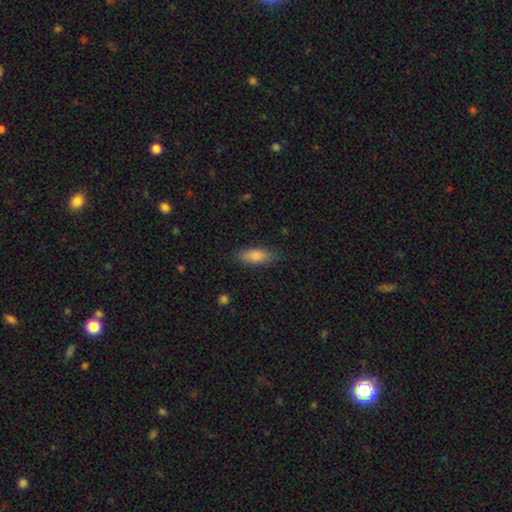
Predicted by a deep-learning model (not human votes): The model was most divided on "how rounded": in between: 76%, cigar-shaped: 21%, round: 2%. More confident: smooth or featured — smooth (85%); merging — none (81%).